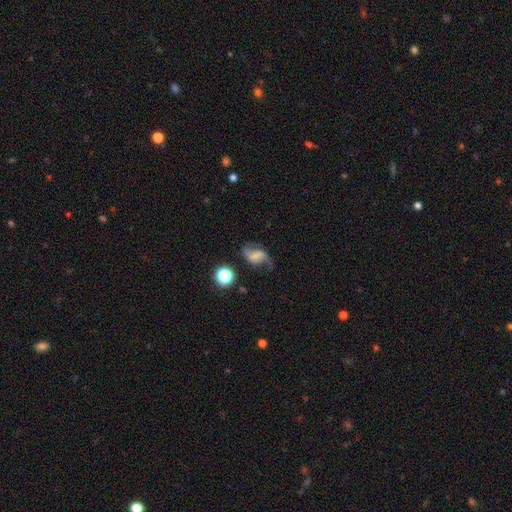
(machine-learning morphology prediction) featured or disk 64%, smooth 23%, star or artifact 13%. Down the decision tree: edge-on disk — no (97%); bar — weak (42%); spiral arms — yes (90%); spiral arm count — 2 (85%); spiral winding — loose (66%); bulge size — none (54%); merging — none (56%).